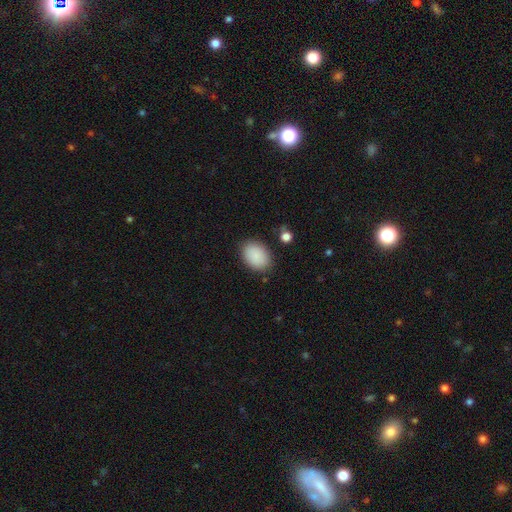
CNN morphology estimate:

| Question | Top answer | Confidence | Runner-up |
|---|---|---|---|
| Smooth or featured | smooth | 89% | star or artifact (7%) |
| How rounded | in between | 81% | round (18%) |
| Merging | none | 85% | minor disturbance (11%) |